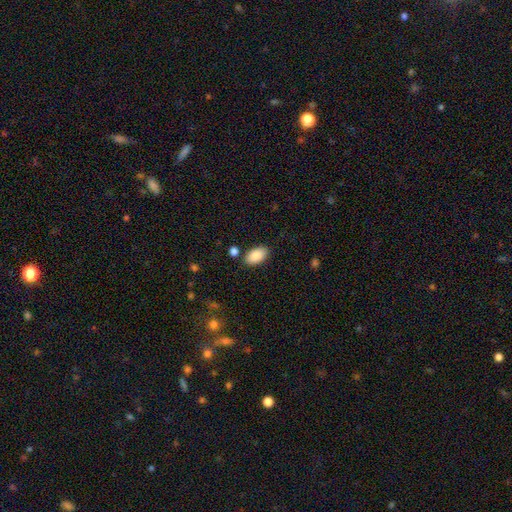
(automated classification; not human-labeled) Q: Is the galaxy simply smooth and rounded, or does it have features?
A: smooth — 87%.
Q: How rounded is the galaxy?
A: in between — 94%.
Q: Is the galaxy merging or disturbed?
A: none — 84%.